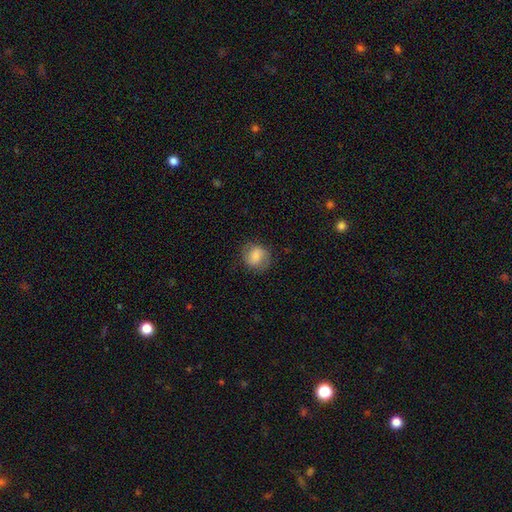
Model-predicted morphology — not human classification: smooth 73%, featured or disk 19%, star or artifact 8%. Down the decision tree: how rounded — round (70%); merging — none (76%).